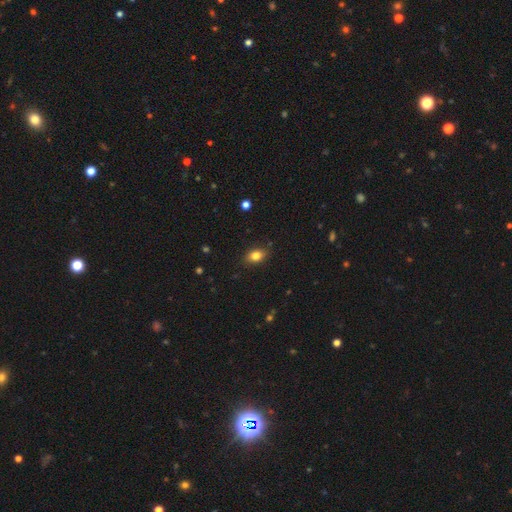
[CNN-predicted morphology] This is clearly a smooth galaxy (83%). How rounded: likely in between (77%). Merging: clearly none (85%).